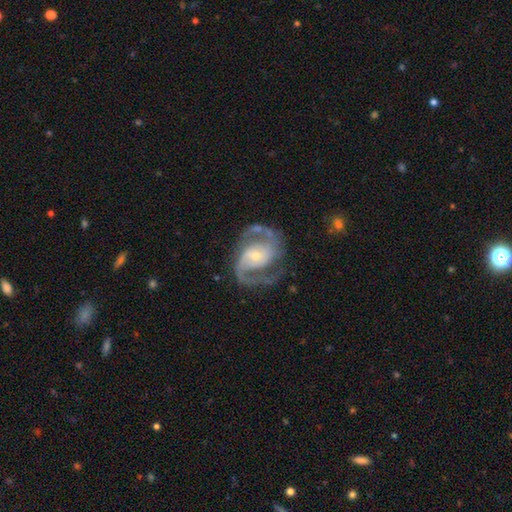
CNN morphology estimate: Smooth or featured?
  - featured or disk: 91% *
  - star or artifact: 5%
  - smooth: 4%
Edge-on disk?
  - no: 98% *
  - yes: 2%
Bar?
  - no: 51% *
  - weak: 34%
  - strong: 14%
Spiral arms?
  - yes: 98% *
  - no: 2%
Spiral winding?
  - medium: 60% *
  - loose: 21%
  - tight: 19%
Spiral arm count?
  - 2: 91% *
  - can't tell: 2%
  - 3: 2%
  - 1: 2%
  - 4: 1%
  - more than 4: 1%
Bulge size?
  - small: 61% *
  - moderate: 34%
  - large: 3%
  - none: 1%
  - dominant: 1%
Merging?
  - none: 72% *
  - minor disturbance: 15%
  - major disturbance: 11%
  - merger: 2%